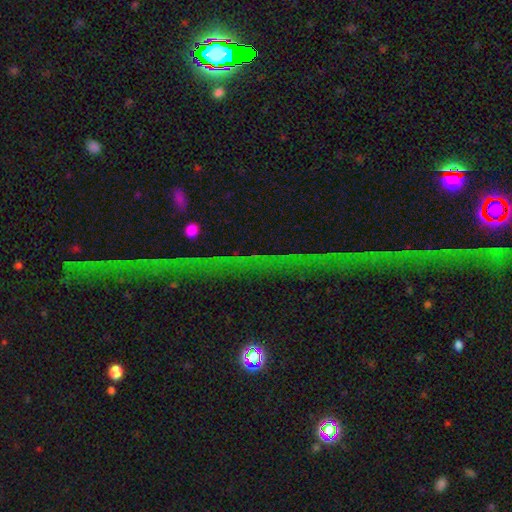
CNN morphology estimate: A star or artifact, not a galaxy (72%).

Vote fractions:
- Smooth or featured? star or artifact: 72% / featured or disk: 14% / smooth: 13%